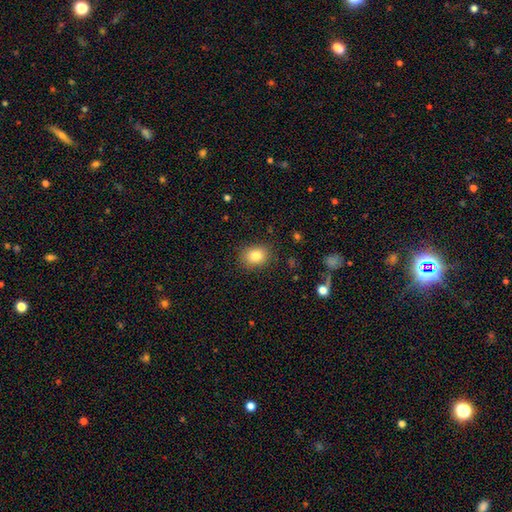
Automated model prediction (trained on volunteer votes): smooth 82%, star or artifact 10%, featured or disk 7%. Down the decision tree: how rounded — round (55%); merging — none (86%).